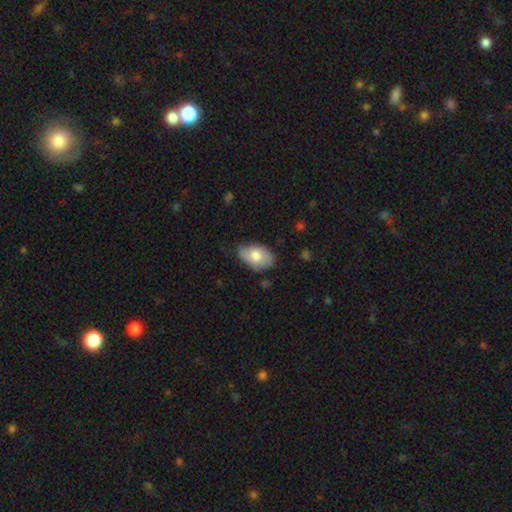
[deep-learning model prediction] smooth_or_featured: smooth (p=0.75) [alt: featured or disk p=0.19]
how_rounded: in between (p=0.90) [alt: round p=0.09]
merging: none (p=0.65) [alt: minor disturbance p=0.29]